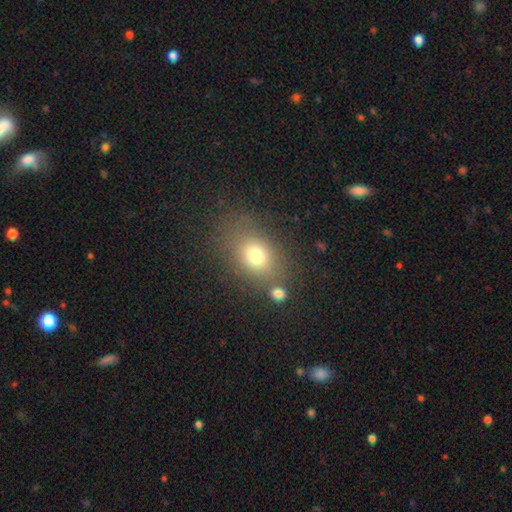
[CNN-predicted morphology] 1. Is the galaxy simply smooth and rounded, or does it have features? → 73% smooth, 14% star or artifact, 13% featured or disk.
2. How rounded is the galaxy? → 64% in between, 34% round, 2% cigar-shaped.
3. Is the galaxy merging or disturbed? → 70% none, 15% minor disturbance, 8% merger, 7% major disturbance.